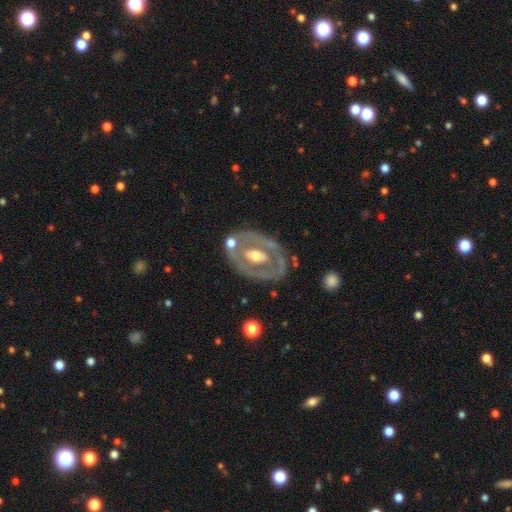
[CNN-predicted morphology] featured or disk 72%, smooth 23%, star or artifact 5%. Down the decision tree: edge-on disk — no (92%); bar — no (58%); spiral arms — no (78%); bulge size — moderate (65%); merging — none (70%).